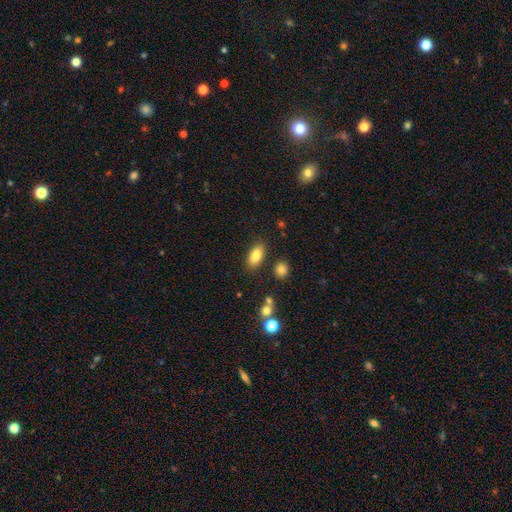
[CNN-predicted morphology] smooth_or_featured: smooth (p=0.84) [alt: star or artifact p=0.08]
how_rounded: in between (p=0.89) [alt: cigar-shaped p=0.06]
merging: none (p=0.83) [alt: minor disturbance p=0.10]